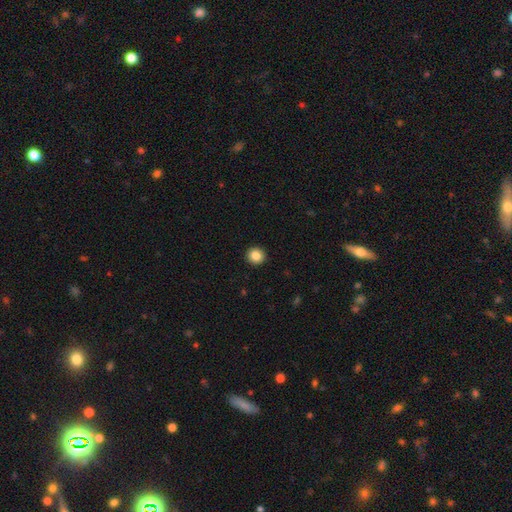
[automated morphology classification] type=smooth (85%); roundness=round (91%); merging=none (93%).